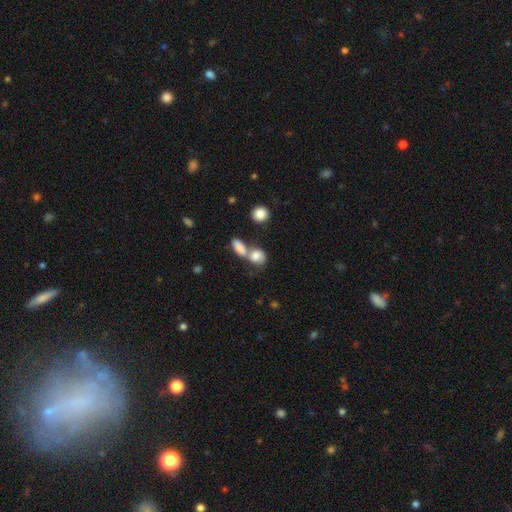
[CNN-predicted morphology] smooth 76%, featured or disk 15%, star or artifact 9%. Down the decision tree: how rounded — in between (63%); merging — merger (62%).